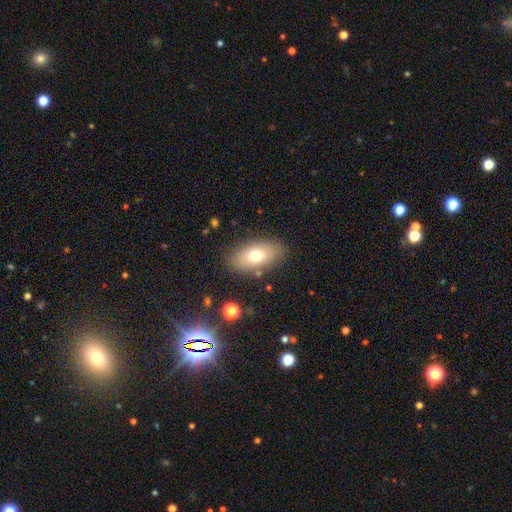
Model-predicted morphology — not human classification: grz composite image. It shows a smooth galaxy with no disk features (71%) that is in between round and cigar-shaped (90%). Merging: none (82%).